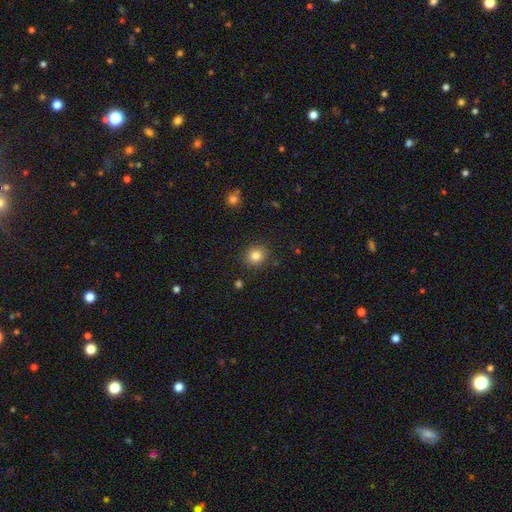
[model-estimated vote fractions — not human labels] Smooth or featured? Predicted: smooth (p=0.82). How rounded? Predicted: round (p=0.85). Merging? Predicted: none (p=0.89).